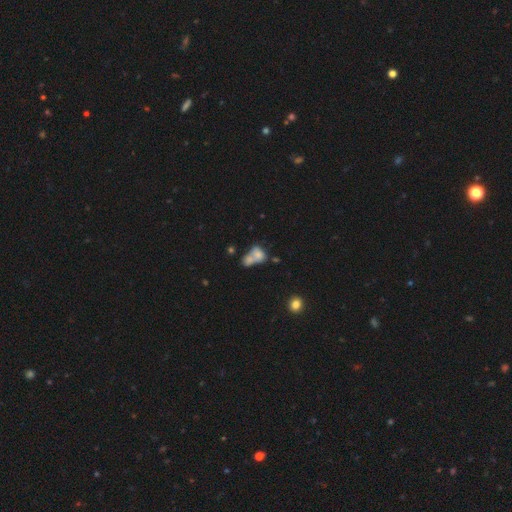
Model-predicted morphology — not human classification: A smooth galaxy with no disk features (66%) that is in between round and cigar-shaped (67%). Merging: merger (66%).